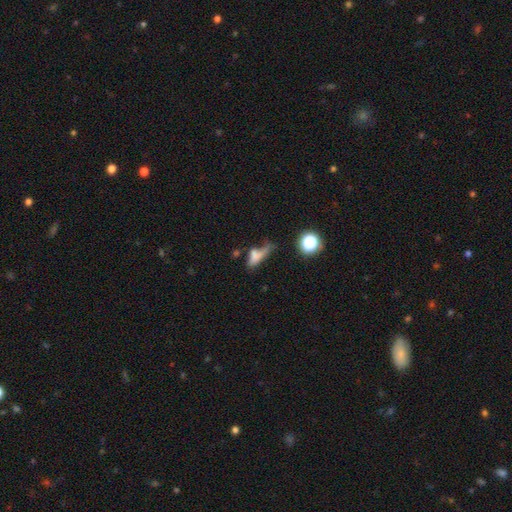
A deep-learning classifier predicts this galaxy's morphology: Smooth or featured? smooth (62%)
How rounded? in between (55%)
Merging? major disturbance (32%)